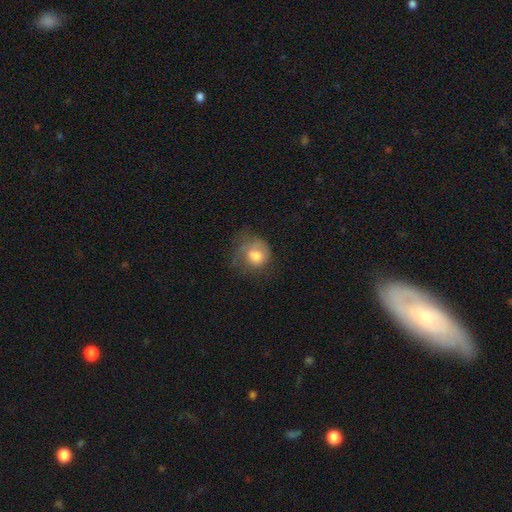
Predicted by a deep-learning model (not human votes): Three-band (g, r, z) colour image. It shows a smooth galaxy with no disk features (66%) that is round (72%). Merging: none (37%).